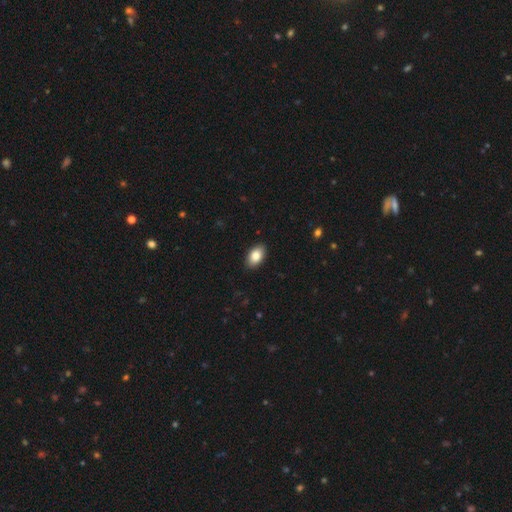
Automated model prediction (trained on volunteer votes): This is clearly a smooth galaxy (86%). How rounded: clearly in between (92%). Merging: clearly none (89%).